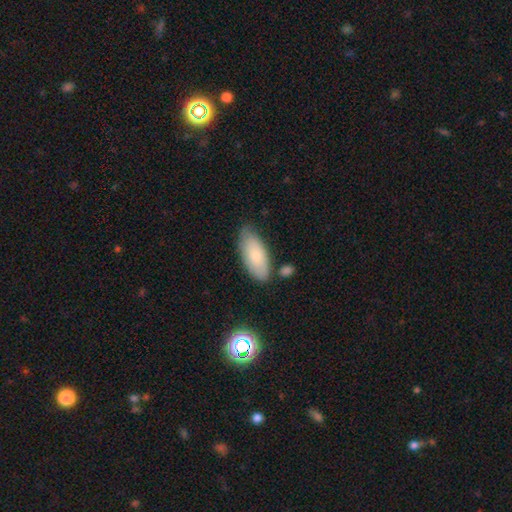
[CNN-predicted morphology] Q: Smooth or featured?
A: smooth (77%); runner-up: featured or disk (16%)
Q: How rounded?
A: in between (88%); runner-up: cigar-shaped (10%)
Q: Merging?
A: none (72%); runner-up: minor disturbance (20%)